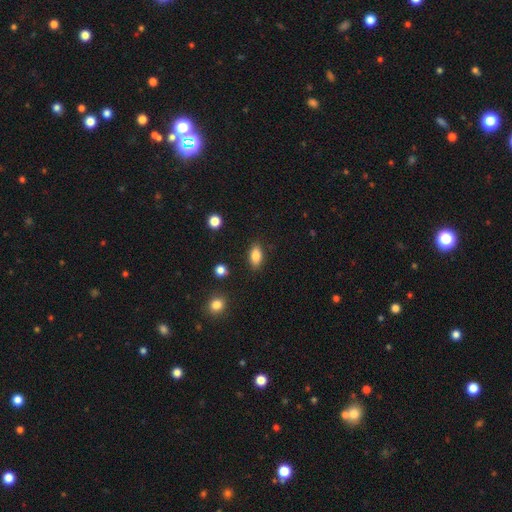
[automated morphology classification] Smooth or featured? smooth (84%)
How rounded? in between (88%)
Merging? none (86%)